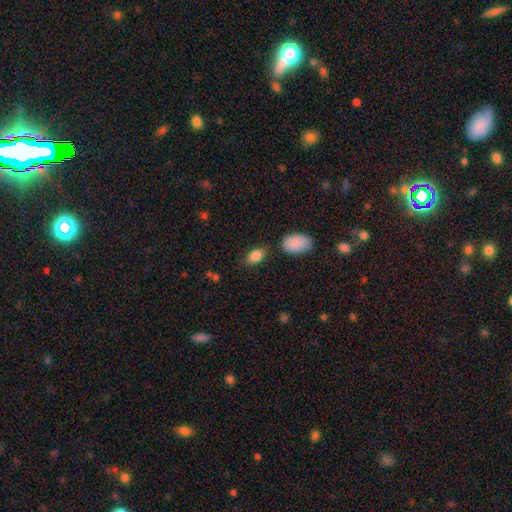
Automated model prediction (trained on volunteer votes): Smooth or featured? smooth (87%)
How rounded? in between (91%)
Merging? none (78%)